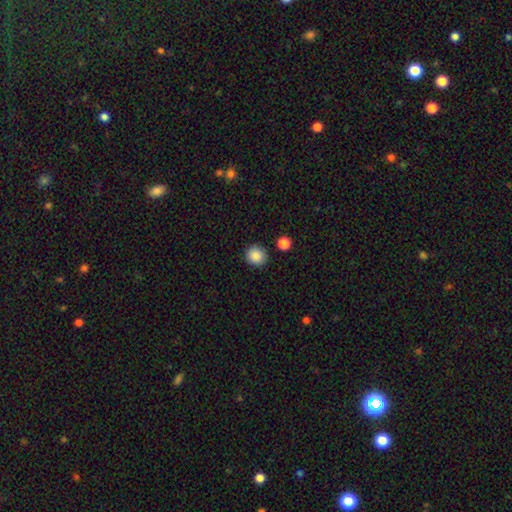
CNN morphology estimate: Overall: smooth (88%). How rounded: round (91%). Merging: none (89%).